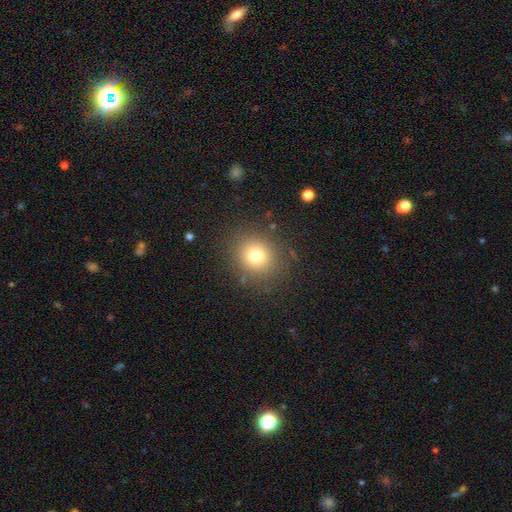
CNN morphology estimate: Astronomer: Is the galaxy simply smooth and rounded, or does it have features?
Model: smooth — 74%.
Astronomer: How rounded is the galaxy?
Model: round — 85%.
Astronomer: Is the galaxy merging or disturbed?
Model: none — 86%.